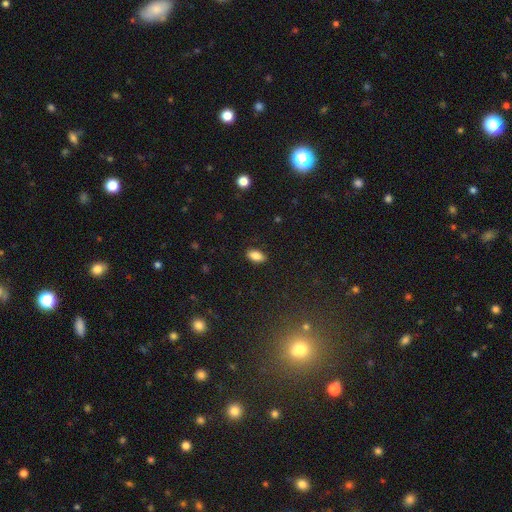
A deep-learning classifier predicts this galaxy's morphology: smooth_or_featured: smooth (p=0.85) [alt: star or artifact p=0.09]
how_rounded: in between (p=0.92) [alt: round p=0.04]
merging: none (p=0.88) [alt: minor disturbance p=0.09]